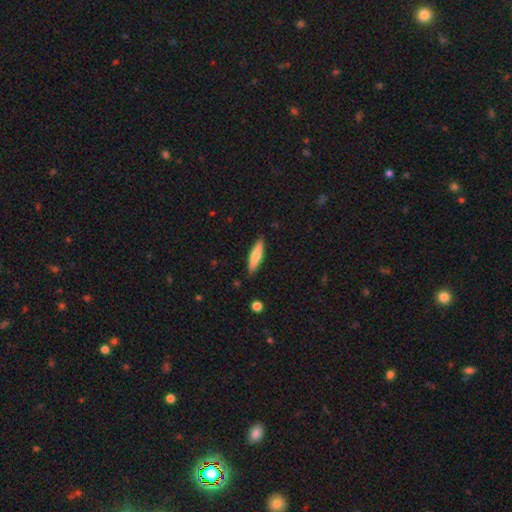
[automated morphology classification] Smooth or featured? Predicted: smooth (p=0.73). How rounded? Predicted: cigar-shaped (p=0.73). Merging? Predicted: none (p=0.87).